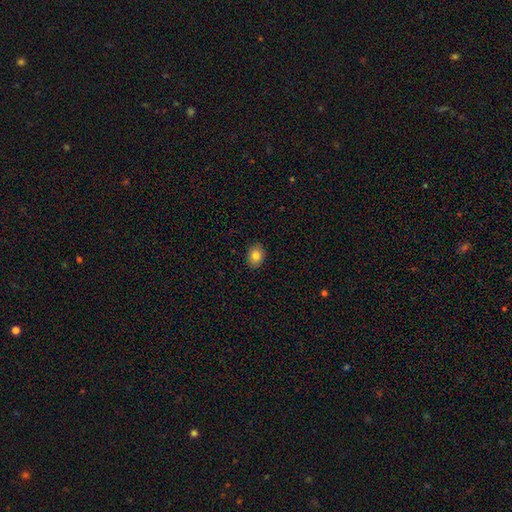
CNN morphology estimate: Overall: smooth (82%). How rounded: in between (60%; round 39%). Merging: none (90%).